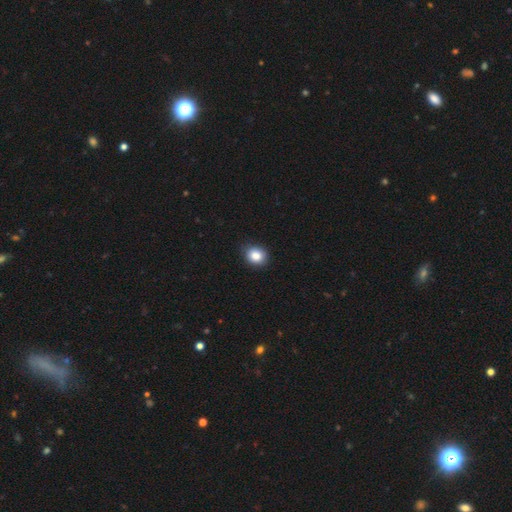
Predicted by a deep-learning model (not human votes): This appears to be a smooth galaxy with no disk features (85%) that is round (68%). Merging: none (86%).